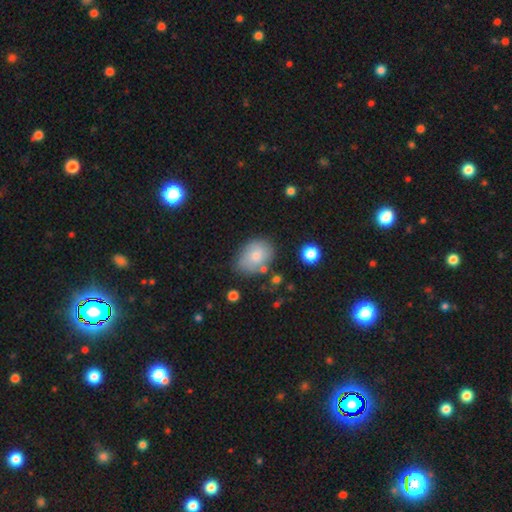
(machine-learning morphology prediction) Smooth or featured? smooth (75%)
How rounded? in between (73%)
Merging? none (67%)